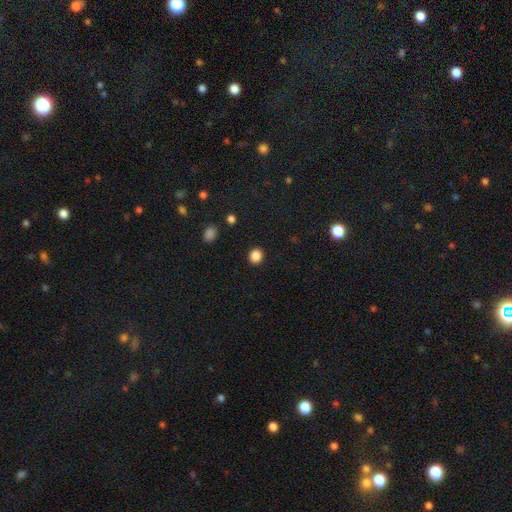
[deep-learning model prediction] The model was most divided on "how rounded": round: 86%, in between: 13%, cigar-shaped: 1%. More confident: merging — none (91%); smooth or featured — smooth (86%).